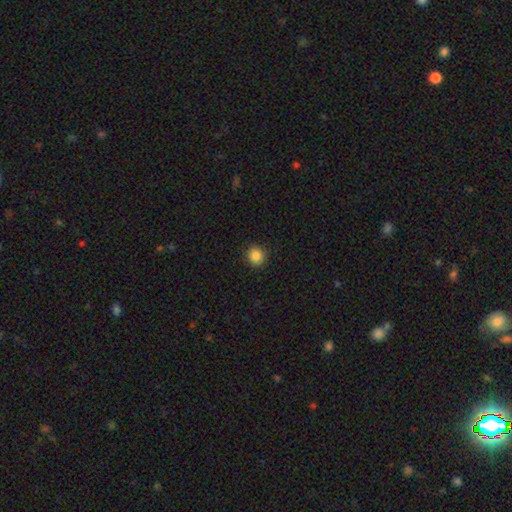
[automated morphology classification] Smooth or featured? smooth (87%)
How rounded? round (90%)
Merging? none (90%)